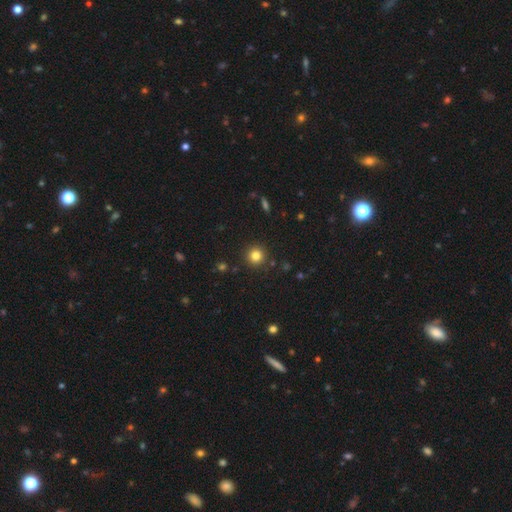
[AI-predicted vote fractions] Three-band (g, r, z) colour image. It shows a smooth galaxy with no disk features (82%) that is round (95%). Merging: none (91%).